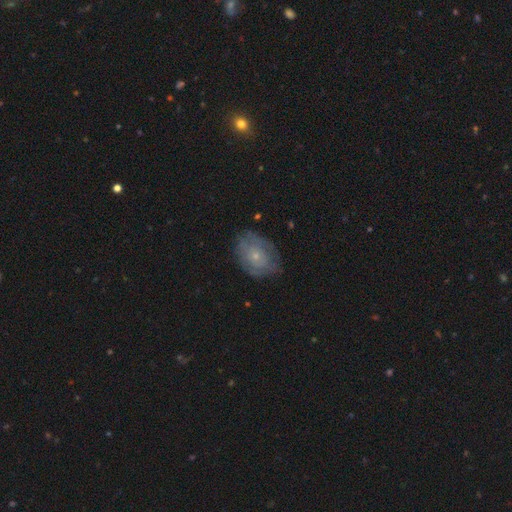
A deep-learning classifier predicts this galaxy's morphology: Smooth or featured? Predicted: featured or disk (p=0.51). Edge-on disk? Predicted: no (p=0.96). Merging? Predicted: none (p=0.68).